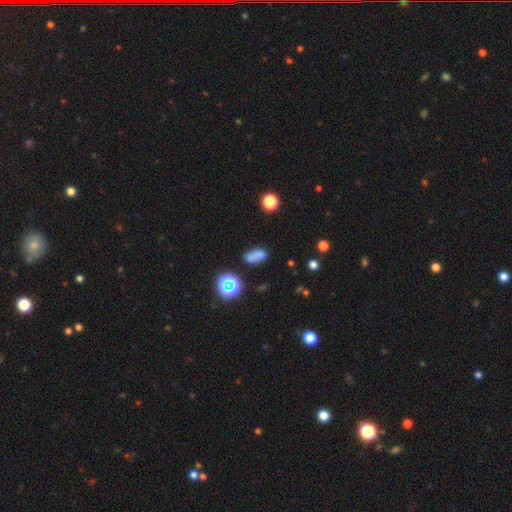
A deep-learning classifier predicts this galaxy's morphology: Smooth or featured: smooth — 69% (star or artifact — 19%)
How rounded: in between — 80% (round — 13%)
Merging: none — 55% (minor disturbance — 18%)